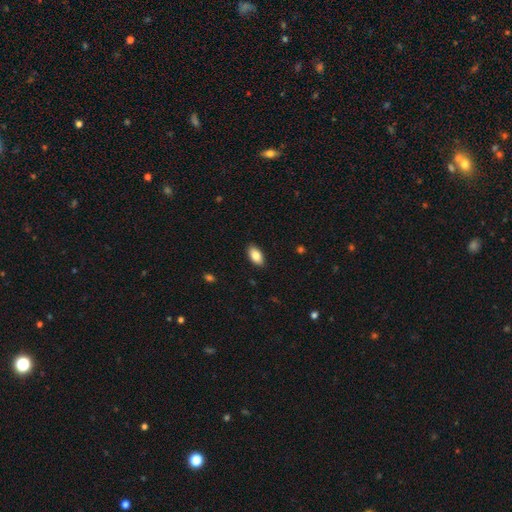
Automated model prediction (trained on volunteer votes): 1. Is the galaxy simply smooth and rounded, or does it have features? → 85% smooth, 8% featured or disk, 7% star or artifact.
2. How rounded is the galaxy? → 93% in between, 3% round, 3% cigar-shaped.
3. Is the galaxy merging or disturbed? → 88% none, 9% minor disturbance, 2% major disturbance, 1% merger.